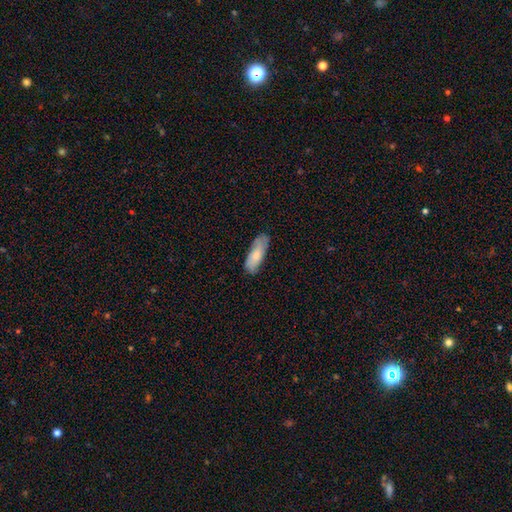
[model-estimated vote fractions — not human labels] A smooth galaxy with no disk features (73%) that is in between round and cigar-shaped (65%).

Vote fractions:
- Smooth or featured? smooth: 73% / featured or disk: 21% / star or artifact: 6%
- How rounded? in between: 65% / cigar-shaped: 33% / round: 2%
- Merging? none: 74% / minor disturbance: 21% / major disturbance: 4% / merger: 1%